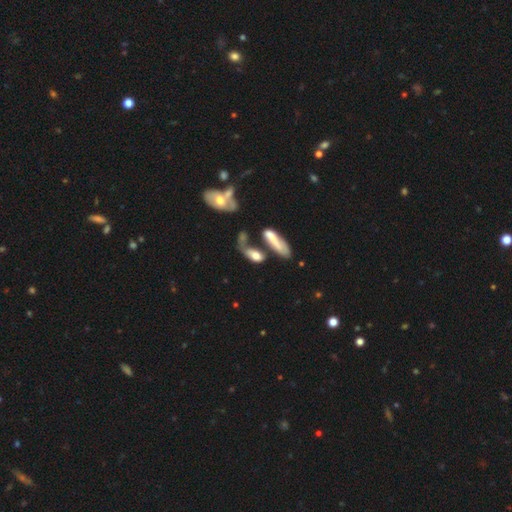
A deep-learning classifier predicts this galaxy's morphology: A smooth galaxy with no disk features (60%) that is in between round and cigar-shaped (69%). Merging: merger (35%).